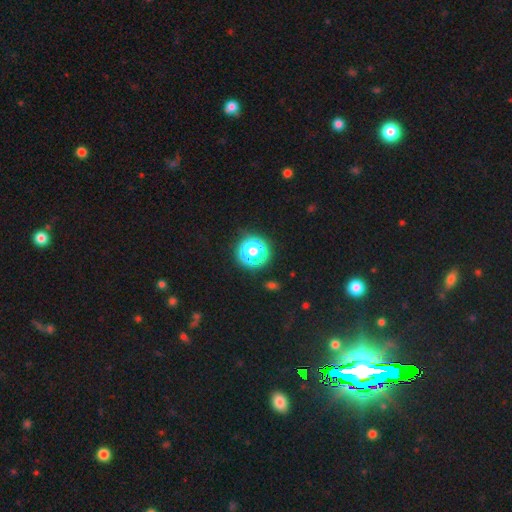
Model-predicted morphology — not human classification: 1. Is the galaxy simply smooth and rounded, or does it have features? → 48% star or artifact, 42% smooth, 9% featured or disk.